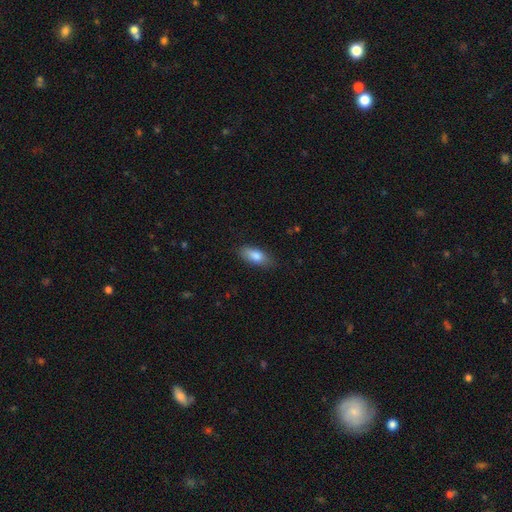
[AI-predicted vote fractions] Q: Smooth or featured?
A: smooth (82%); runner-up: featured or disk (12%)
Q: How rounded?
A: in between (82%); runner-up: cigar-shaped (15%)
Q: Merging?
A: none (81%); runner-up: minor disturbance (15%)